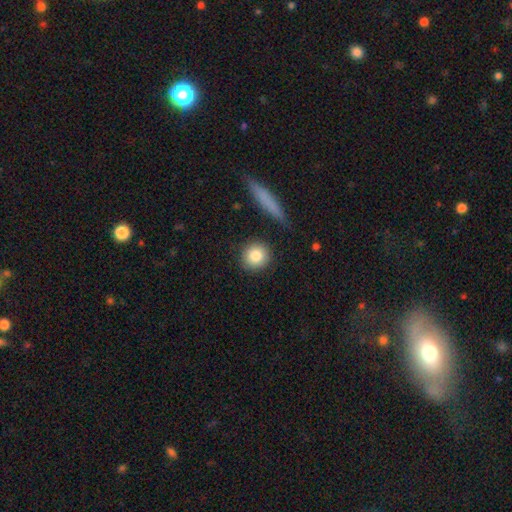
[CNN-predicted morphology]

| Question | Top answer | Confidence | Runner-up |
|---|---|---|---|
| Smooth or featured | smooth | 83% | featured or disk (9%) |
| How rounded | round | 91% | in between (8%) |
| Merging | none | 87% | minor disturbance (8%) |